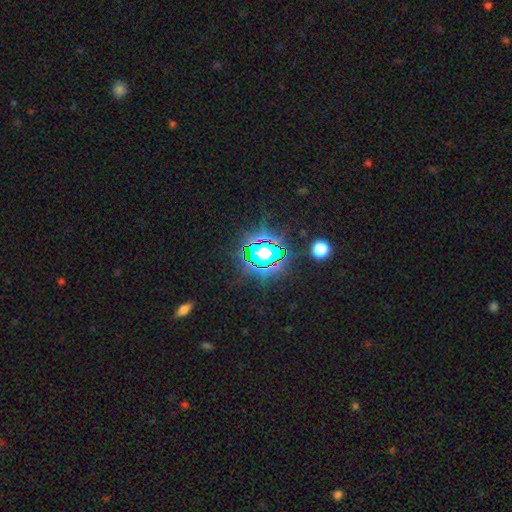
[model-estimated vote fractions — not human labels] smooth-or-featured: star or artifact: 81% | smooth: 12% | featured or disk: 7%